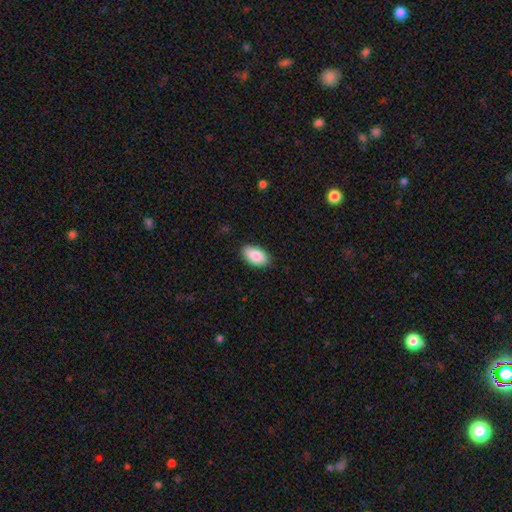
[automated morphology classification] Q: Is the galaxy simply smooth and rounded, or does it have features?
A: smooth — 87%.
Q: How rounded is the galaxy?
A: in between — 94%.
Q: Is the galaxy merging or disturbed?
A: none — 86%.